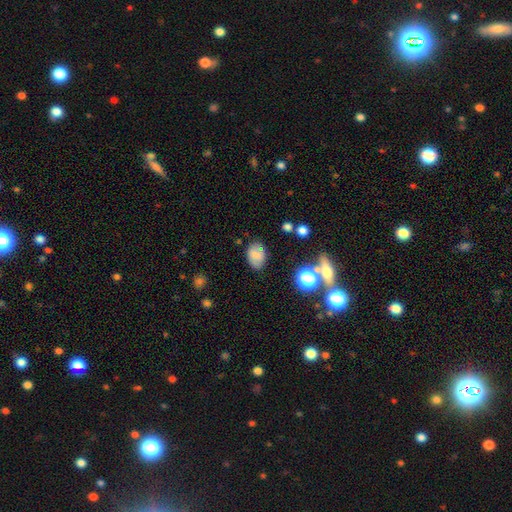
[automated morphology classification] A smooth galaxy with no disk features (71%) that is in between round and cigar-shaped (77%).

Vote fractions:
- Smooth or featured? smooth: 71% / featured or disk: 16% / star or artifact: 13%
- How rounded? in between: 77% / round: 22% / cigar-shaped: 1%
- Merging? none: 70% / minor disturbance: 18% / merger: 7% / major disturbance: 5%